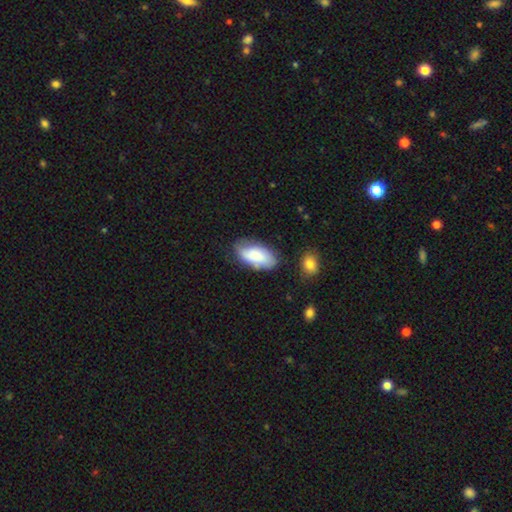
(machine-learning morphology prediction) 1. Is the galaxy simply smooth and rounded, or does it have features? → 76% smooth, 17% featured or disk, 7% star or artifact.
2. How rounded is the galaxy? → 93% in between, 4% cigar-shaped, 3% round.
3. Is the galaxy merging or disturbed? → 64% none, 23% minor disturbance, 7% major disturbance, 6% merger.